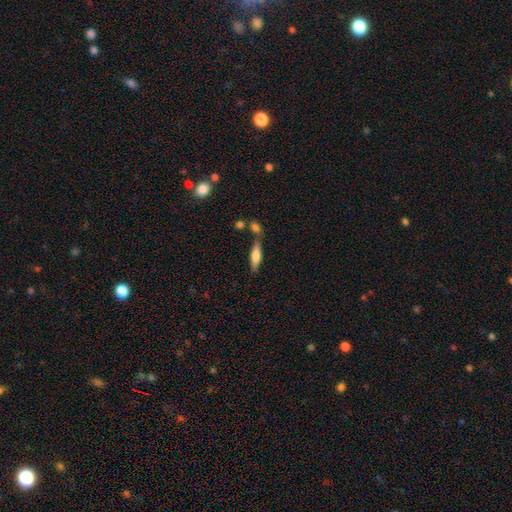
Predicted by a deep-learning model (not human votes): A smooth galaxy with no disk features (61%) that is cigar-shaped (63%). Merging: none (59%).